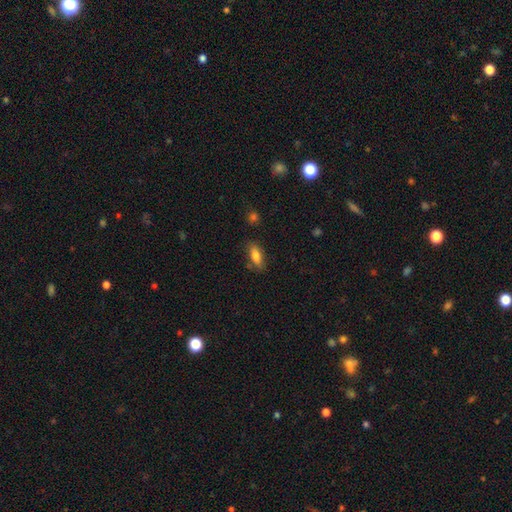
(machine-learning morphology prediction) Smooth or featured: smooth — 79% (featured or disk — 13%)
How rounded: in between — 75% (cigar-shaped — 22%)
Merging: none — 78% (minor disturbance — 15%)